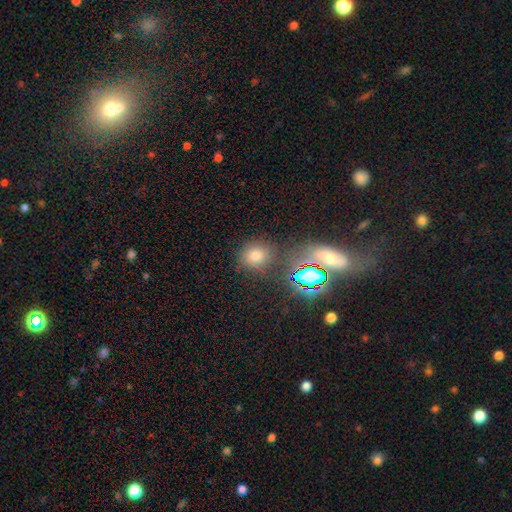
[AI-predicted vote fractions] The model was most divided on "smooth or featured": smooth: 65%, star or artifact: 26%, featured or disk: 9%. More confident: merging — none (77%); how rounded — round (72%).